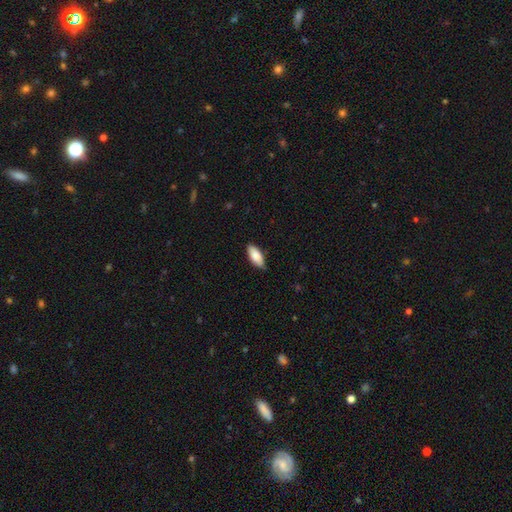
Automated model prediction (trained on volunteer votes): Smooth or featured? Predicted: smooth (p=0.83). How rounded? Predicted: in between (p=0.86). Merging? Predicted: none (p=0.83).